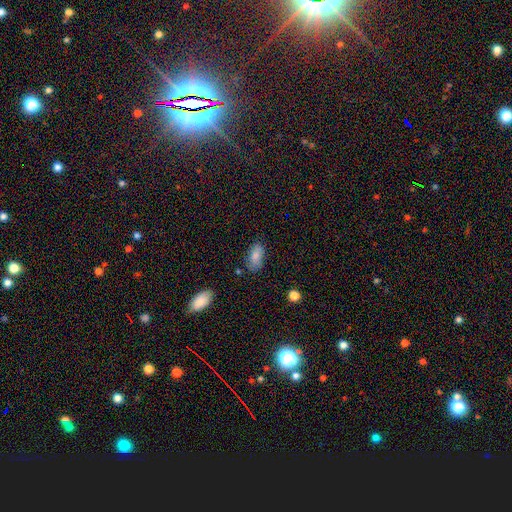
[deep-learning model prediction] Overall: smooth (83%). How rounded: in between (90%). Merging: none (70%).